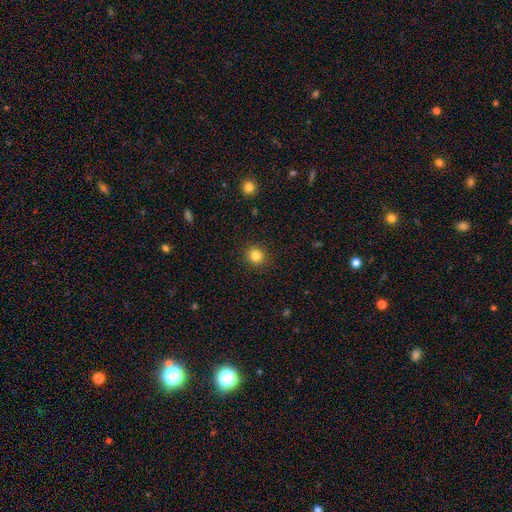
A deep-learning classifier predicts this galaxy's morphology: Smooth or featured?
  - smooth: 83% *
  - star or artifact: 12%
  - featured or disk: 5%
How rounded?
  - round: 91% *
  - in between: 8%
  - cigar-shaped: 1%
Merging?
  - none: 91% *
  - minor disturbance: 6%
  - major disturbance: 2%
  - merger: 1%